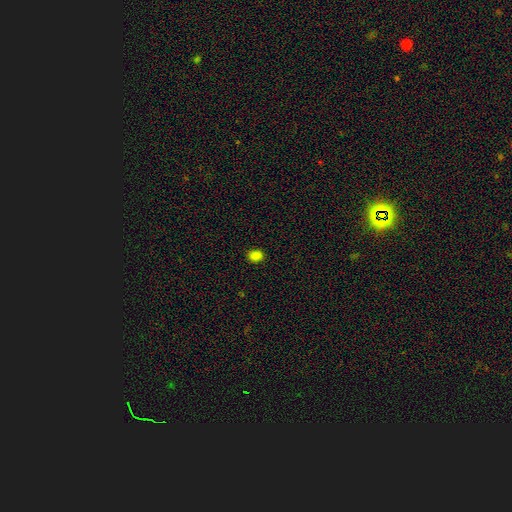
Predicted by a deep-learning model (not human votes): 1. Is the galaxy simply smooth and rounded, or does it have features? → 84% smooth, 14% star or artifact, 3% featured or disk.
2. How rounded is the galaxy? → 55% in between, 44% round, 1% cigar-shaped.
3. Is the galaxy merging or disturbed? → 89% none, 8% minor disturbance, 2% major disturbance, 1% merger.